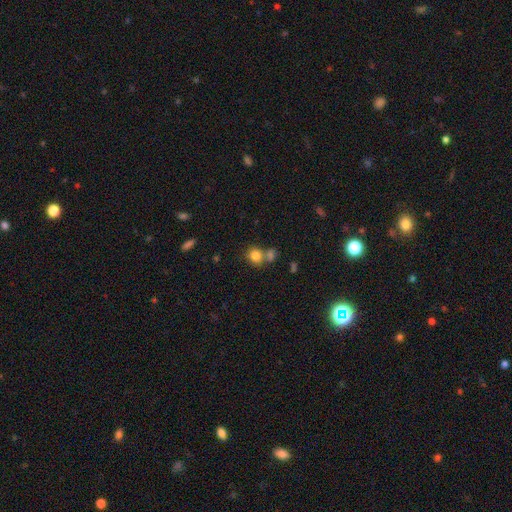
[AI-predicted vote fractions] smooth 81%, star or artifact 11%, featured or disk 8%. Down the decision tree: how rounded — round (79%); merging — none (52%).